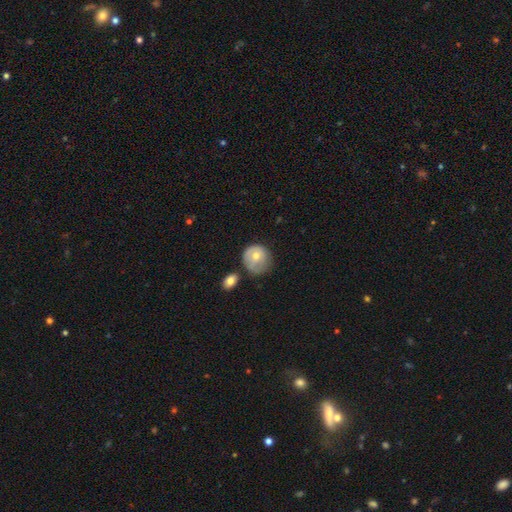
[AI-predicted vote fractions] smooth-or-featured: smooth: 62% | featured or disk: 30% | star or artifact: 8%
  how-rounded: round: 84% | in between: 16% | cigar-shaped: 1%
  merging: none: 51% | minor disturbance: 31% | major disturbance: 11% | merger: 7%